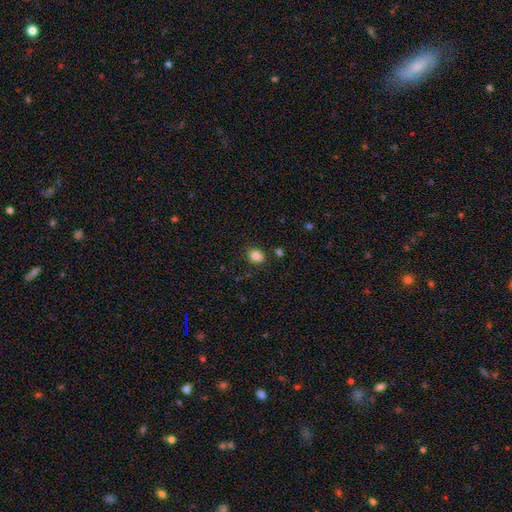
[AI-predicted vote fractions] Smooth or featured? smooth (84%)
How rounded? round (54%)
Merging? none (81%)